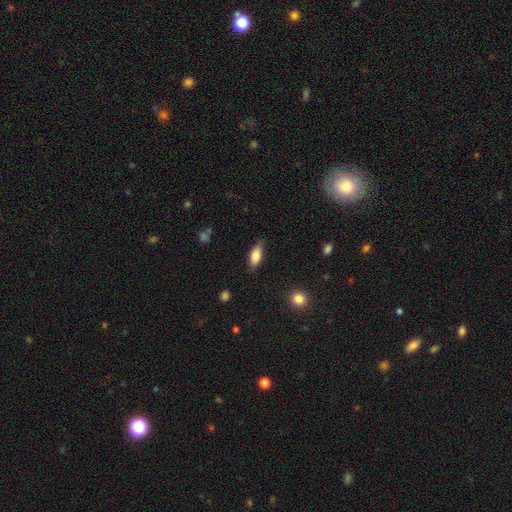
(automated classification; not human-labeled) smooth 84%, featured or disk 9%, star or artifact 7%. Down the decision tree: how rounded — in between (85%); merging — none (74%).